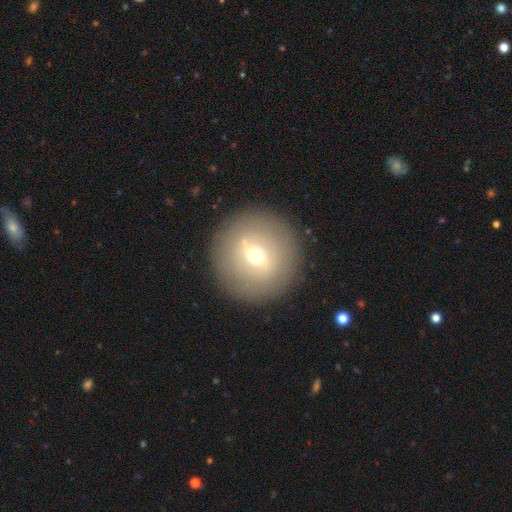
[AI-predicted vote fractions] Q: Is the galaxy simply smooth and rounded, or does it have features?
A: smooth — 56%.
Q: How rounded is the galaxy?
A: round — 96%.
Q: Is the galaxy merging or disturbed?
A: none — 88%.